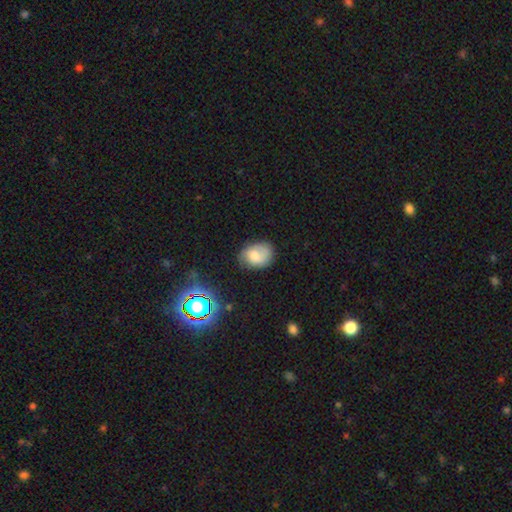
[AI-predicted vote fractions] smooth-or-featured: smooth: 67% | featured or disk: 22% | star or artifact: 11%
  how-rounded: in between: 69% | round: 30% | cigar-shaped: 1%
  merging: none: 59% | minor disturbance: 28% | major disturbance: 9% | merger: 3%